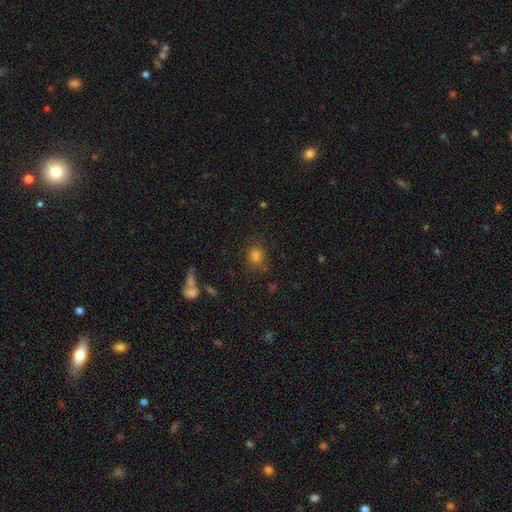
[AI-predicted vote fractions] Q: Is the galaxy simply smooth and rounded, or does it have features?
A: smooth — 75%.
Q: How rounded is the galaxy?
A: round — 76%.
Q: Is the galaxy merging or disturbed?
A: none — 76%.